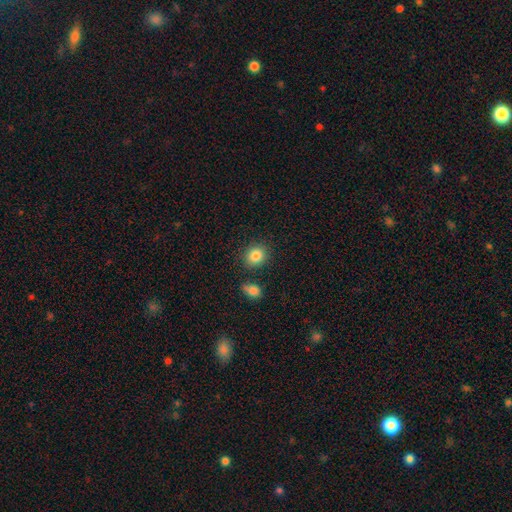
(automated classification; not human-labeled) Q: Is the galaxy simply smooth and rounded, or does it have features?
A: smooth — 85%.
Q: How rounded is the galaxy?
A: round — 64%.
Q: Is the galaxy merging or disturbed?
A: none — 82%.